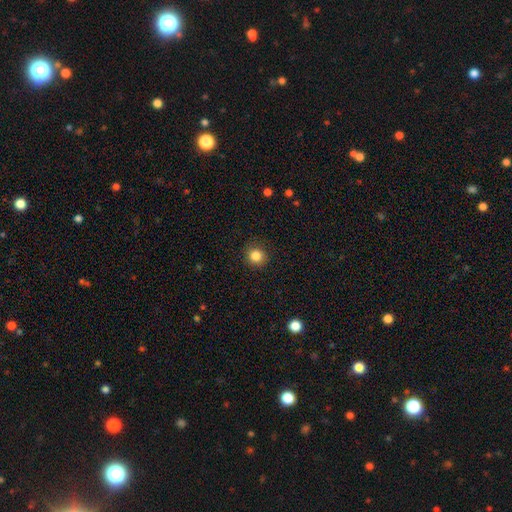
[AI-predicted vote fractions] smooth-or-featured: smooth: 85% | star or artifact: 11% | featured or disk: 5%
  how-rounded: round: 90% | in between: 9% | cigar-shaped: 1%
  merging: none: 89% | minor disturbance: 7% | major disturbance: 2% | merger: 1%